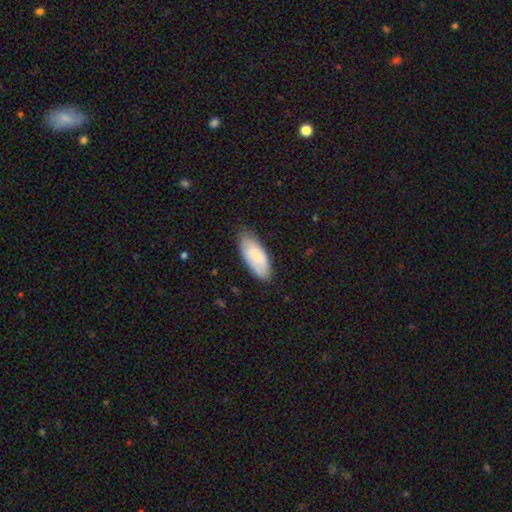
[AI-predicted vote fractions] The model was most divided on "merging": none: 78%, minor disturbance: 18%, major disturbance: 3%, merger: 1%. More confident: how rounded — in between (83%); smooth or featured — smooth (78%).